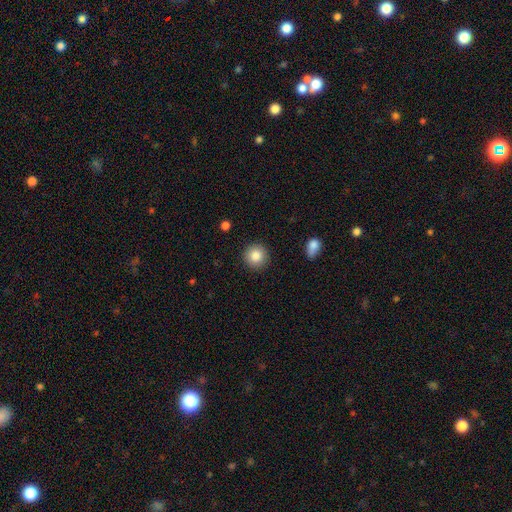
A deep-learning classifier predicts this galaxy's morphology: smooth-or-featured: smooth: 85% | star or artifact: 9% | featured or disk: 6%
  how-rounded: round: 94% | in between: 5% | cigar-shaped: 1%
  merging: none: 91% | minor disturbance: 6% | major disturbance: 2% | merger: 1%